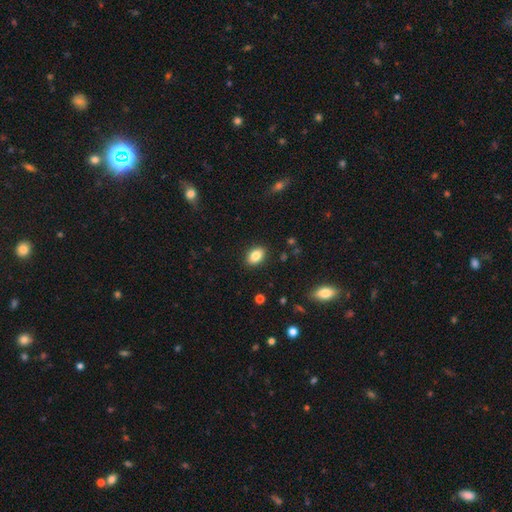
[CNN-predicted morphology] The model was most divided on "how rounded": in between: 83%, round: 15%, cigar-shaped: 1%. More confident: merging — none (89%); smooth or featured — smooth (84%).